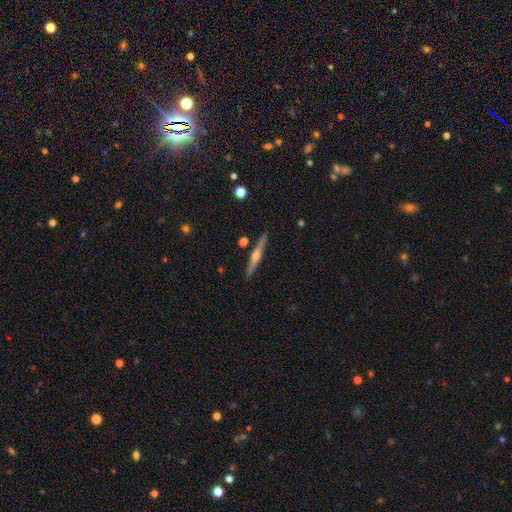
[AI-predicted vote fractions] Morphology: type=featured or disk (71%); edge-on=yes (98%); edge-on bulge=rounded (89%); merging=none (90%).